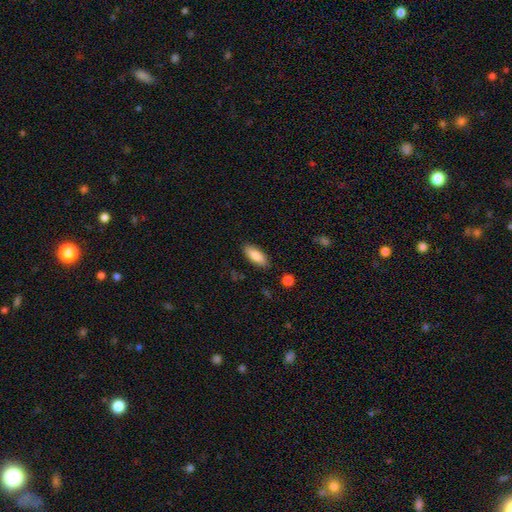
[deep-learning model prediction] smooth-or-featured: smooth: 86% | featured or disk: 8% | star or artifact: 6%
  how-rounded: in between: 81% | cigar-shaped: 17% | round: 2%
  merging: none: 86% | minor disturbance: 11% | major disturbance: 2% | merger: 1%